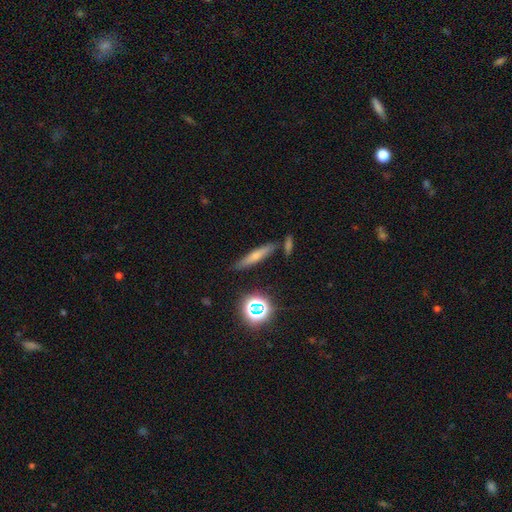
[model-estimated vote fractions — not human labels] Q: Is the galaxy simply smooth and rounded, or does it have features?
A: smooth — 42%.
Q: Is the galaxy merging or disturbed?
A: none — 81%.